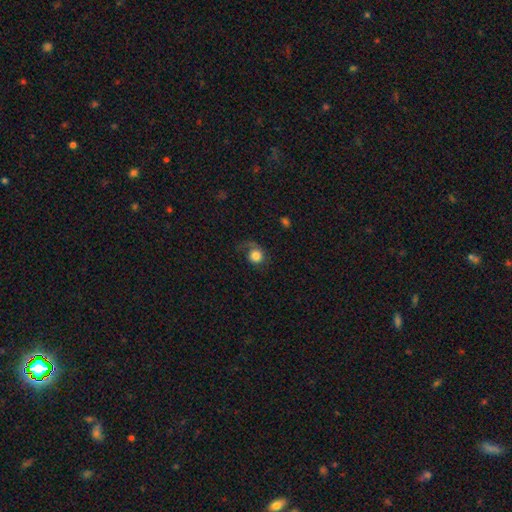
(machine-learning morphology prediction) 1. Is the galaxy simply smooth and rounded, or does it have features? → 69% smooth, 22% featured or disk, 9% star or artifact.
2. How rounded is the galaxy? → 81% round, 18% in between, 1% cigar-shaped.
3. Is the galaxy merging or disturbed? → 45% none, 31% major disturbance, 22% minor disturbance, 2% merger.